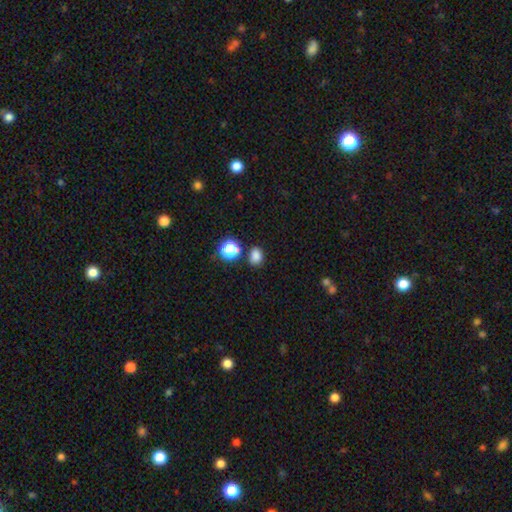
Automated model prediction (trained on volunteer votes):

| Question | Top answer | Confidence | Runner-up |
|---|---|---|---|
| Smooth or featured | smooth | 79% | star or artifact (16%) |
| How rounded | in between | 53% | round (46%) |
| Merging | none | 79% | minor disturbance (10%) |